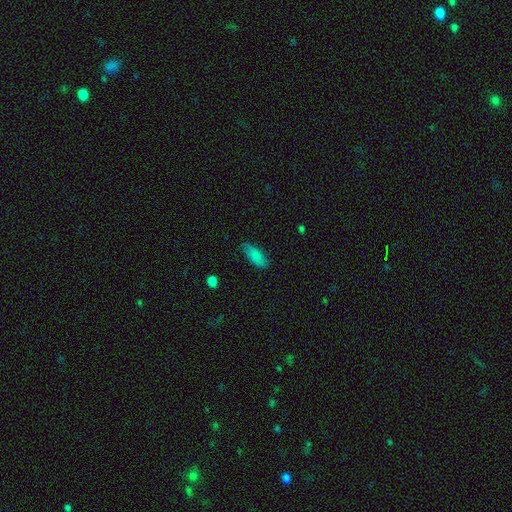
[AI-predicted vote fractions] Smooth or featured? Predicted: smooth (p=0.83). How rounded? Predicted: in between (p=0.74). Merging? Predicted: none (p=0.78).